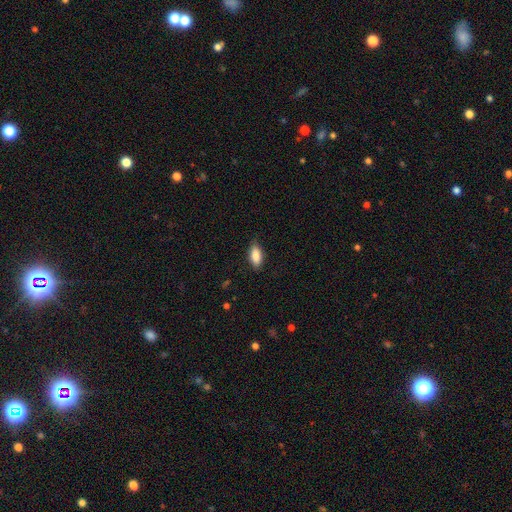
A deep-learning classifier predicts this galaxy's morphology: This is clearly a smooth galaxy (87%). How rounded: clearly in between (87%). Merging: clearly none (84%).